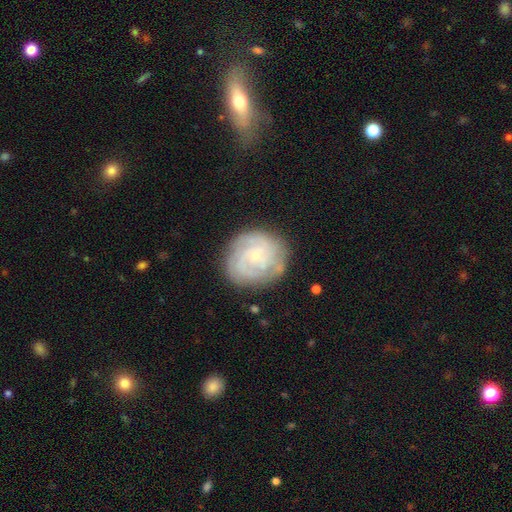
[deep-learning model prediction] This appears to be a featured or disk galaxy (77%) with no bar (70%), tight (69%) spiral arms (93%) and a small central bulge (78%). Merging: none (79%).